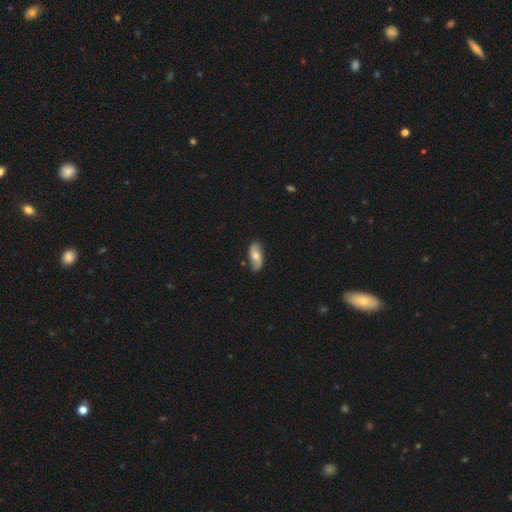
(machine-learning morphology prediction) A featured or disk galaxy (56%) with no bar (62%), spiral arms (86%) and a moderate central bulge (65%).

Vote fractions:
- Smooth or featured? featured or disk: 56% / smooth: 37% / star or artifact: 7%
- Edge-on disk? no: 90% / yes: 10%
- Bar? no: 62% / weak: 30% / strong: 9%
- Spiral arms? yes: 86% / no: 14%
- Bulge size? moderate: 65% / small: 21% / large: 10% / none: 3% / dominant: 1%
- Merging? none: 77% / minor disturbance: 17% / major disturbance: 4% / merger: 2%